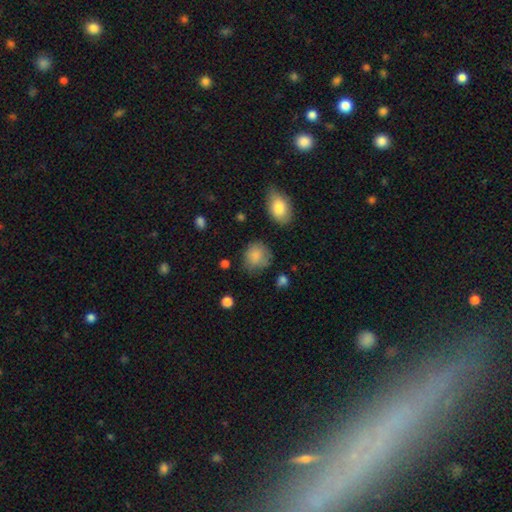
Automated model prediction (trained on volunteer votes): Morphology: type=smooth (85%); roundness=round (77%); merging=none (66%).